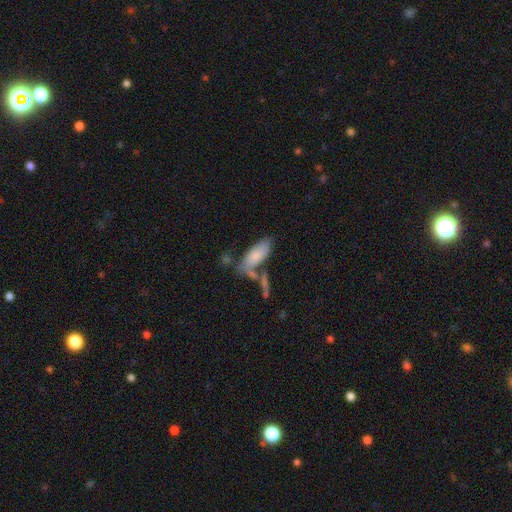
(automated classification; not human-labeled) This appears to be a smooth galaxy with no disk features (77%) that is in between round and cigar-shaped (79%). Merging: none (49%).